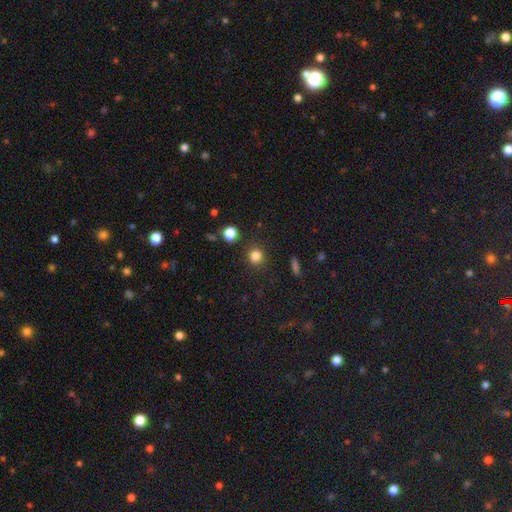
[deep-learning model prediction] Overall: smooth (82%). How rounded: round (86%). Merging: none (87%).